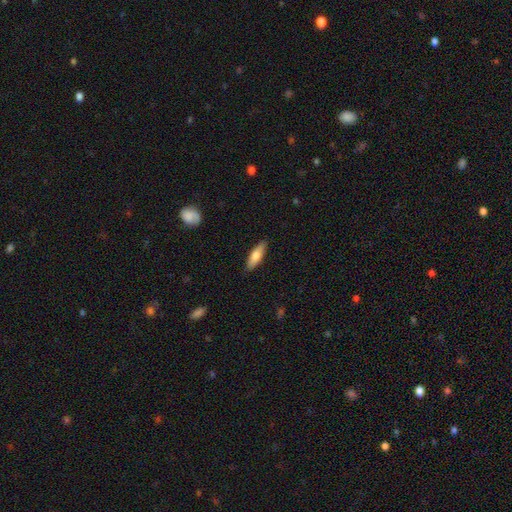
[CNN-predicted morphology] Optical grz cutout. It shows a smooth galaxy with no disk features (72%) that is cigar-shaped (53%). Merging: none (87%).